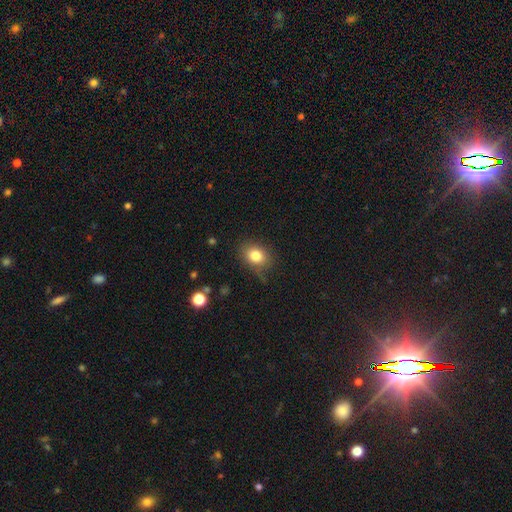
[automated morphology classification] This is clearly a smooth galaxy (81%). How rounded: possibly in between (56%). Merging: likely none (72%).